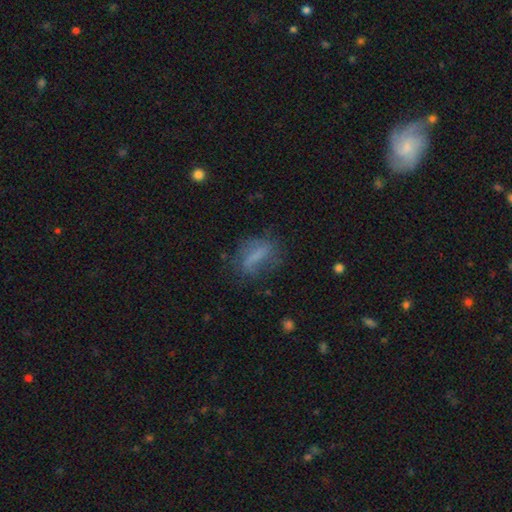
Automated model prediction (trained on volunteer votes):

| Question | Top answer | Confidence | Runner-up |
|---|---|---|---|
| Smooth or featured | smooth | 51% | featured or disk (37%) |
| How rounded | in between | 52% | cigar-shaped (38%) |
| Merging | none | 60% | minor disturbance (23%) |